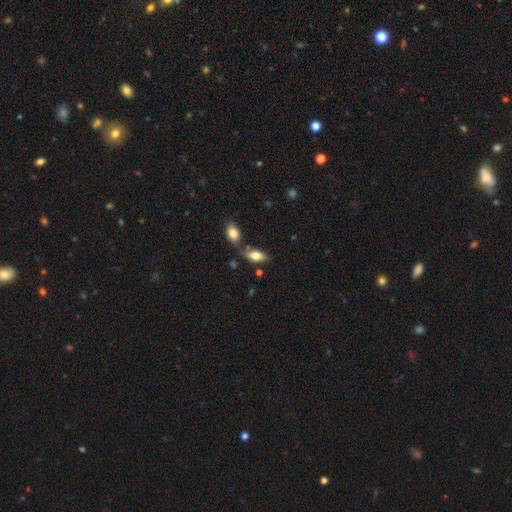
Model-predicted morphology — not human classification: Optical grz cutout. It shows a smooth galaxy with no disk features (75%) that is in between round and cigar-shaped (87%). Merging: none (49%).